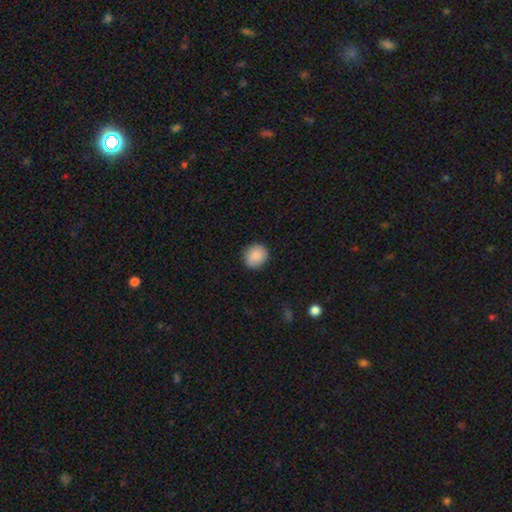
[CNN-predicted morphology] A smooth galaxy with no disk features (87%) that is round (81%). Merging: none (89%).